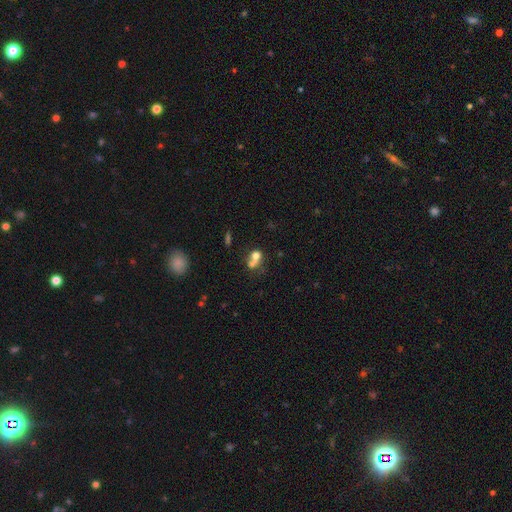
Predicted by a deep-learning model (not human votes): A smooth galaxy with no disk features (63%) that is round (58%).

Vote fractions:
- Smooth or featured? smooth: 63% / featured or disk: 22% / star or artifact: 15%
- How rounded? round: 58% / in between: 40% / cigar-shaped: 2%
- Merging? merger: 59% / none: 26% / minor disturbance: 8% / major disturbance: 7%